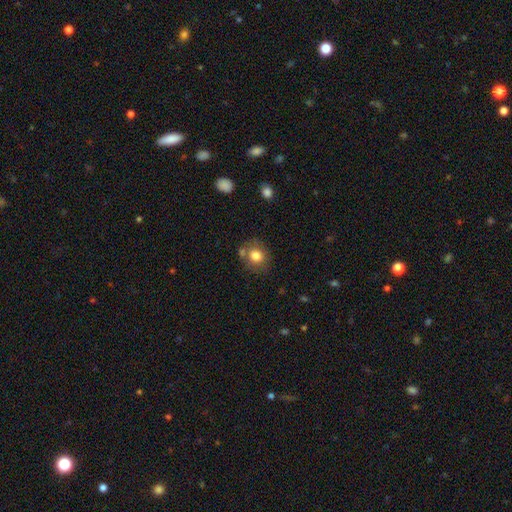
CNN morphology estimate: smooth 79%, featured or disk 12%, star or artifact 10%. Down the decision tree: how rounded — round (73%); merging — none (68%).